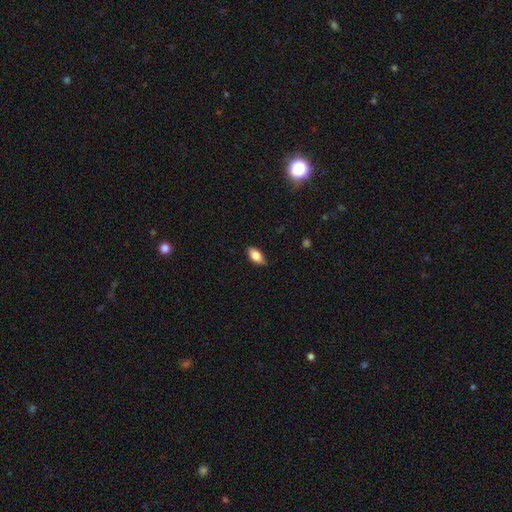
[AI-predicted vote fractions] Morphology: type=smooth (81%); roundness=in between (90%); merging=none (81%).